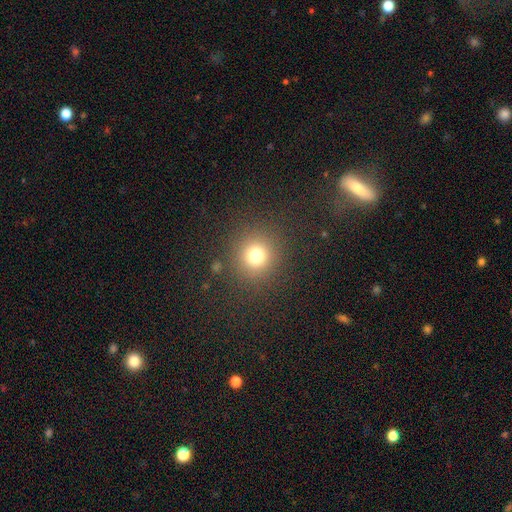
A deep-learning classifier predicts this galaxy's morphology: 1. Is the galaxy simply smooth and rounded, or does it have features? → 75% smooth, 17% star or artifact, 8% featured or disk.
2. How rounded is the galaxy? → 92% round, 7% in between, 1% cigar-shaped.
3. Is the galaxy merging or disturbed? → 87% none, 7% minor disturbance, 4% major disturbance, 2% merger.